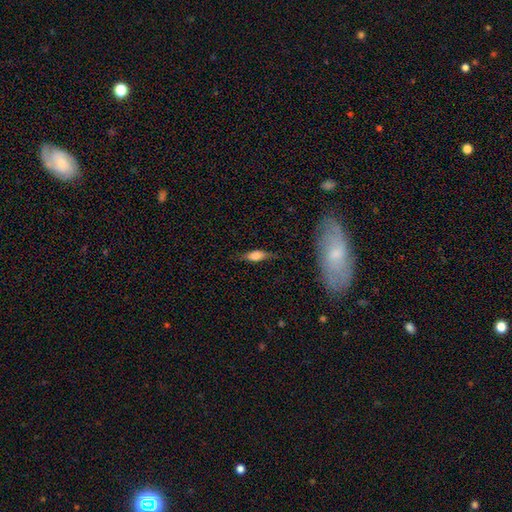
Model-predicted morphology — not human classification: A smooth galaxy with no disk features (64%) that is in between round and cigar-shaped (61%).

Vote fractions:
- Smooth or featured? smooth: 64% / featured or disk: 27% / star or artifact: 8%
- How rounded? in between: 61% / cigar-shaped: 35% / round: 4%
- Merging? none: 70% / minor disturbance: 22% / major disturbance: 6% / merger: 2%